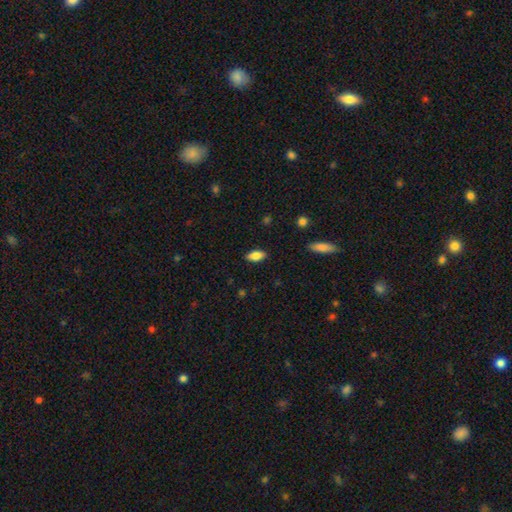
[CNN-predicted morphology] Smooth or featured?
  - smooth: 81% *
  - featured or disk: 11%
  - star or artifact: 7%
How rounded?
  - in between: 86% *
  - cigar-shaped: 11%
  - round: 3%
Merging?
  - none: 87% *
  - minor disturbance: 9%
  - major disturbance: 2%
  - merger: 1%